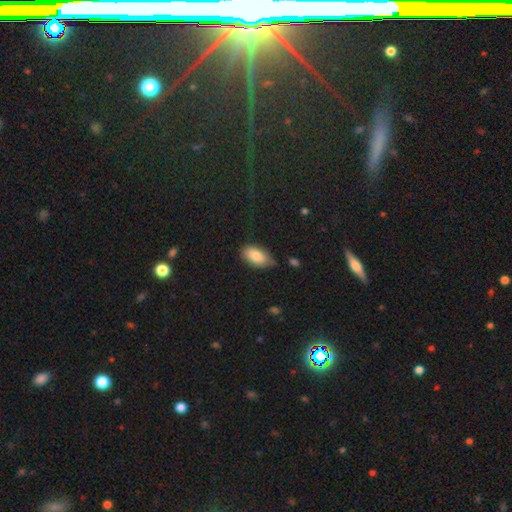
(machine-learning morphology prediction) Smooth or featured? smooth (84%)
How rounded? in between (93%)
Merging? none (67%)